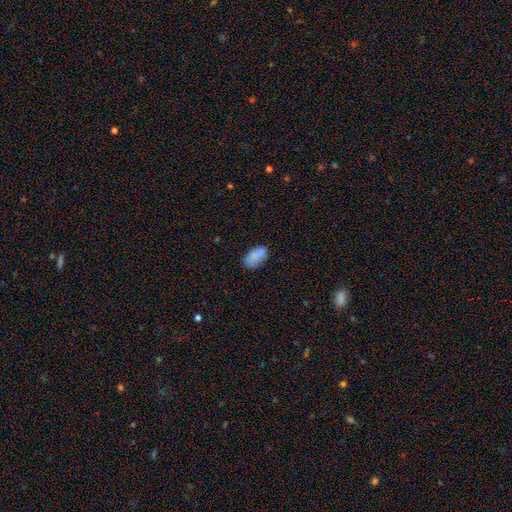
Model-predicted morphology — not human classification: Smooth or featured: smooth — 86% (star or artifact — 8%)
How rounded: in between — 94% (round — 5%)
Merging: none — 74% (minor disturbance — 19%)